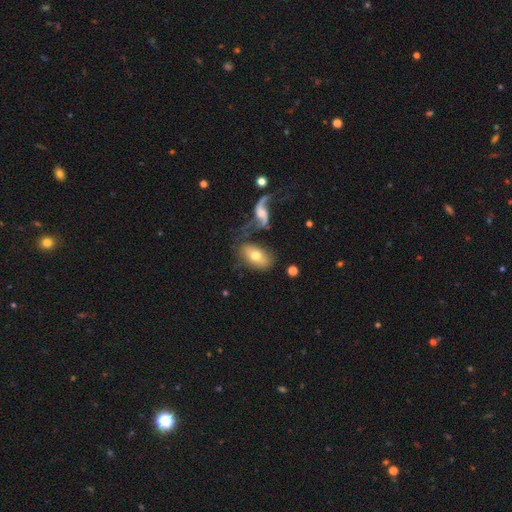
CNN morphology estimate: smooth_or_featured: smooth (p=0.57) [alt: featured or disk p=0.36]
how_rounded: in between (p=0.88) [alt: round p=0.09]
merging: none (p=0.57) [alt: minor disturbance p=0.18]